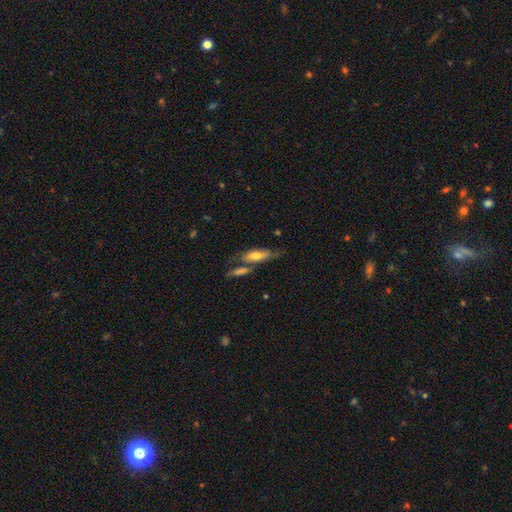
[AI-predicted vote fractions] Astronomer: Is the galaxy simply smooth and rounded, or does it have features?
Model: smooth — 49% (runner-up: featured or disk, 44%).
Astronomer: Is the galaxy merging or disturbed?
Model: none — 45% (runner-up: merger, 26%).